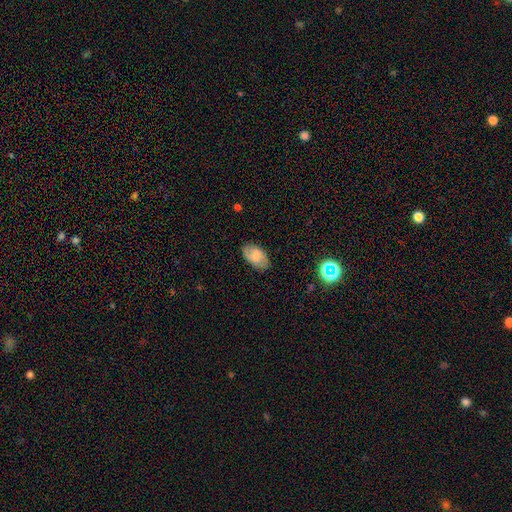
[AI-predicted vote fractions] Smooth or featured?
  - smooth: 52% *
  - featured or disk: 40%
  - star or artifact: 8%
How rounded?
  - in between: 93% *
  - round: 6%
  - cigar-shaped: 2%
Merging?
  - none: 81% *
  - minor disturbance: 15%
  - major disturbance: 3%
  - merger: 1%